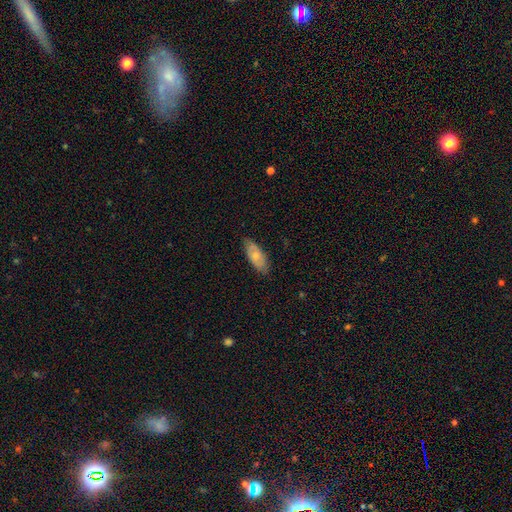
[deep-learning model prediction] smooth_or_featured: smooth (p=0.58) [alt: featured or disk p=0.37]
how_rounded: in between (p=0.84) [alt: cigar-shaped p=0.13]
merging: none (p=0.80) [alt: minor disturbance p=0.16]